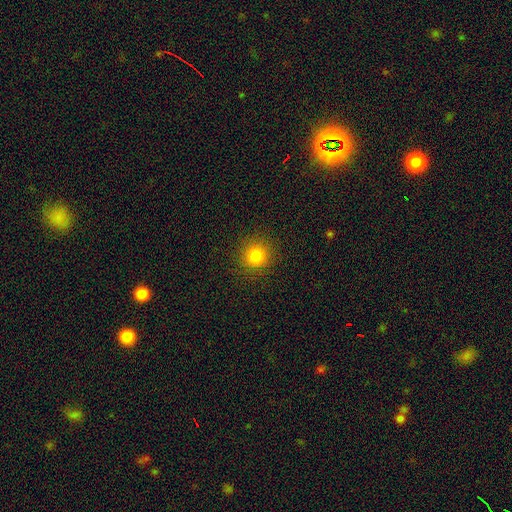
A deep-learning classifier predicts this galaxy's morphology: The model was most divided on "smooth or featured": smooth: 81%, star or artifact: 13%, featured or disk: 5%. More confident: how rounded — round (92%); merging — none (90%).